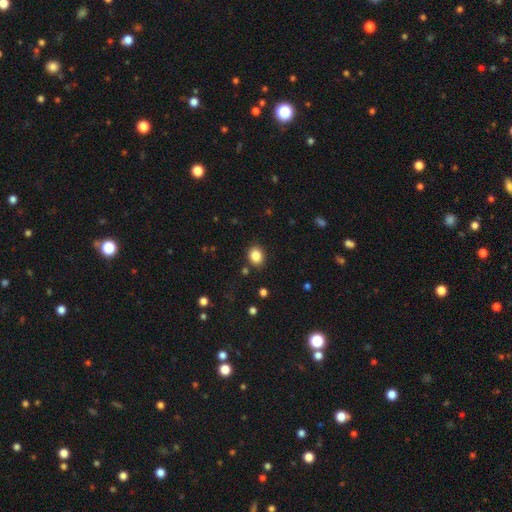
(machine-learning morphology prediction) A smooth galaxy with no disk features (86%) that is round (59%). Merging: none (86%).